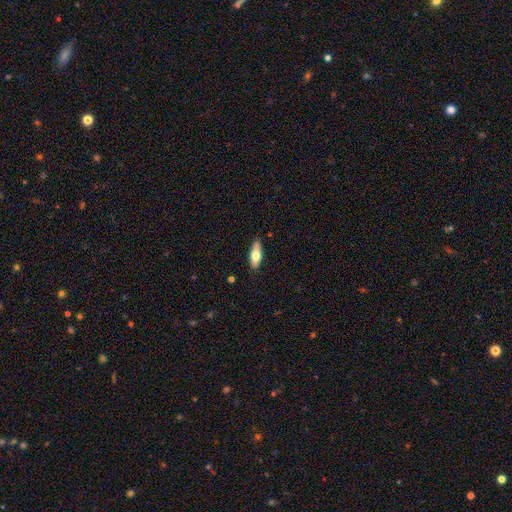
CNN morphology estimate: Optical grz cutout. It shows a smooth galaxy with no disk features (64%) that is in between round and cigar-shaped (66%). Merging: none (86%).